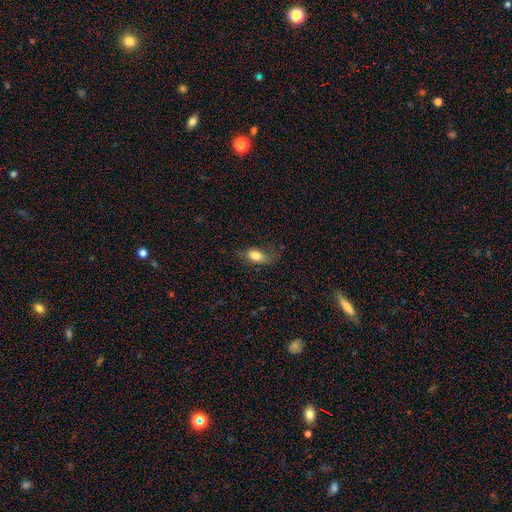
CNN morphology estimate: Smooth or featured: smooth — 79% (featured or disk — 12%)
How rounded: in between — 84% (round — 9%)
Merging: none — 58% (minor disturbance — 27%)